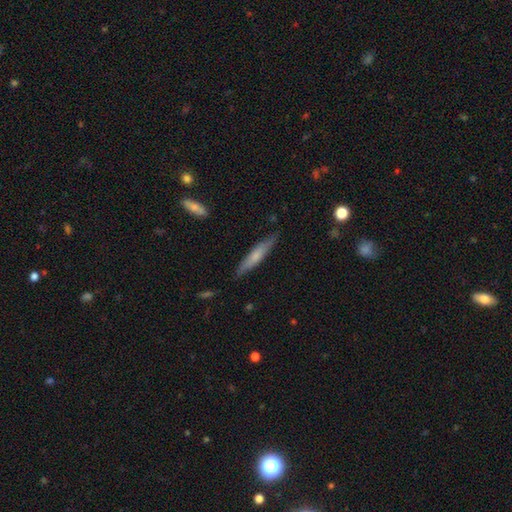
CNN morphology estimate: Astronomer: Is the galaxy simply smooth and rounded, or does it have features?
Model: smooth — 57% (runner-up: featured or disk, 37%).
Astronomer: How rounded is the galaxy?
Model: cigar-shaped — 91%.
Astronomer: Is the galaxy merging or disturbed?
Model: none — 84%.